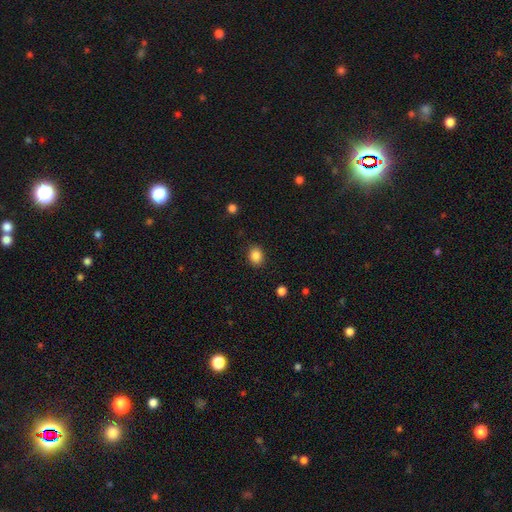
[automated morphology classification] A smooth galaxy with no disk features (87%) that is round (50%).

Vote fractions:
- Smooth or featured? smooth: 87% / star or artifact: 10% / featured or disk: 4%
- How rounded? round: 50% / in between: 49% / cigar-shaped: 1%
- Merging? none: 87% / minor disturbance: 9% / major disturbance: 3% / merger: 1%